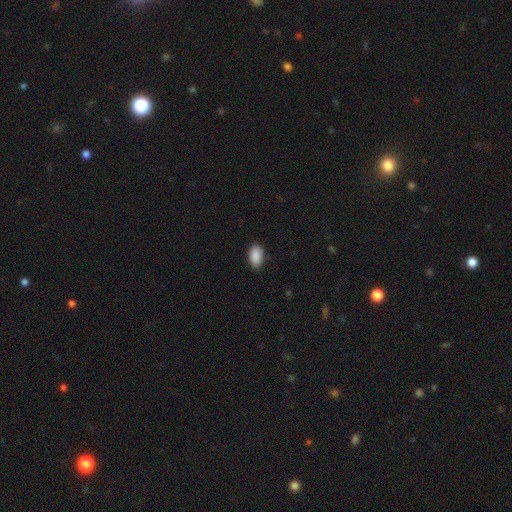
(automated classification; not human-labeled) This appears to be a smooth galaxy with no disk features (90%) that is in between round and cigar-shaped (94%). Merging: none (86%).